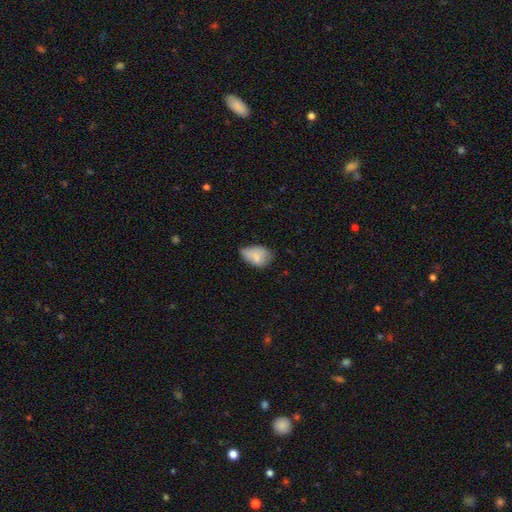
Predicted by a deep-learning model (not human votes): smooth 78%, featured or disk 14%, star or artifact 8%. Down the decision tree: how rounded — in between (84%); merging — minor disturbance (47%).